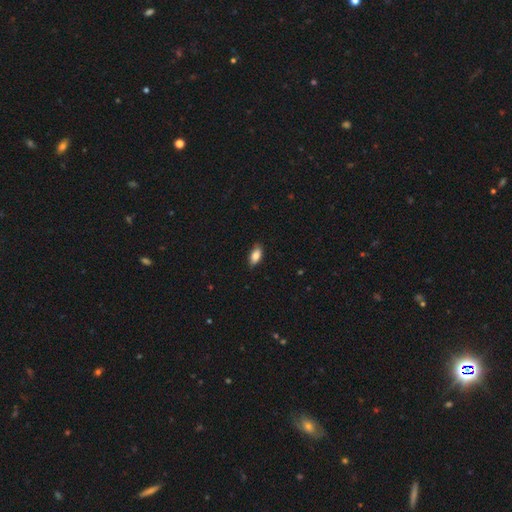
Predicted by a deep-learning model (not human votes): A smooth galaxy with no disk features (84%) that is in between round and cigar-shaped (89%). Merging: none (84%).